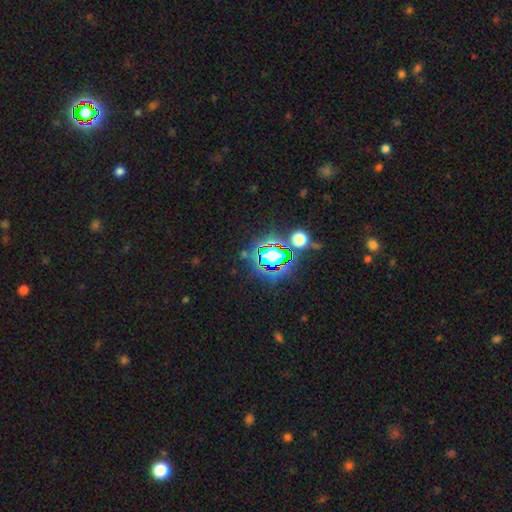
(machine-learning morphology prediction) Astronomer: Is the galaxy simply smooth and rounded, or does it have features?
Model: star or artifact — 80%.